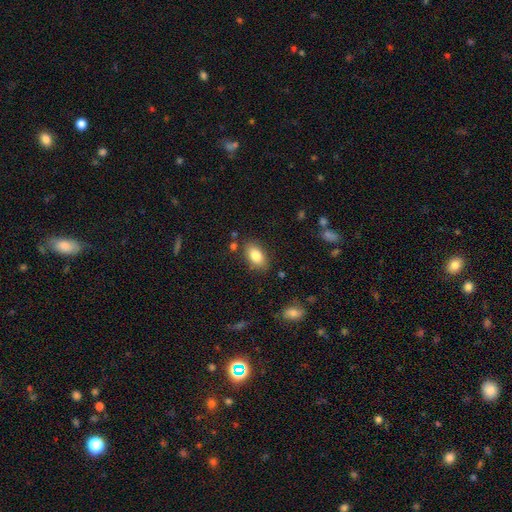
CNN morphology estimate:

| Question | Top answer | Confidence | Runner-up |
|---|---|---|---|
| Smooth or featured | smooth | 83% | featured or disk (9%) |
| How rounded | in between | 91% | round (6%) |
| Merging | none | 83% | minor disturbance (12%) |